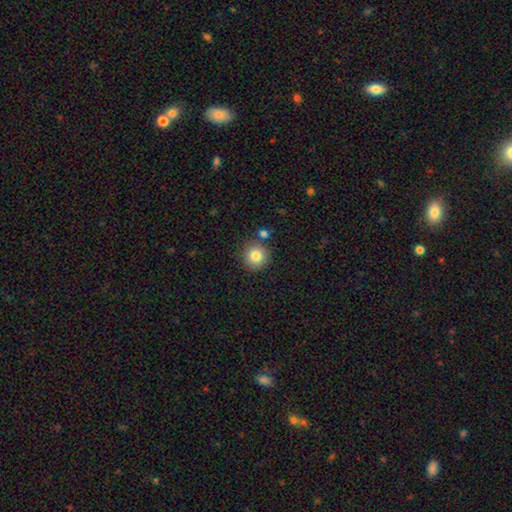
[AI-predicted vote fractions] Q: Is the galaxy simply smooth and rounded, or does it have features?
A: smooth — 83%.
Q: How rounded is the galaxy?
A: round — 93%.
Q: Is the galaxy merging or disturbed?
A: none — 82%.